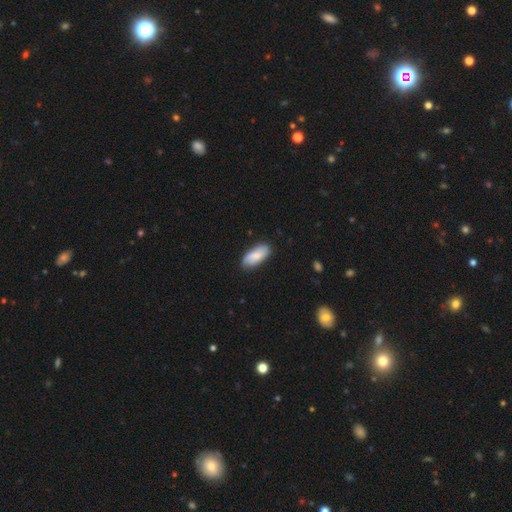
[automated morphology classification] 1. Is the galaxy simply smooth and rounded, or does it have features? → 78% smooth, 16% featured or disk, 6% star or artifact.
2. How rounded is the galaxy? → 87% in between, 11% cigar-shaped, 2% round.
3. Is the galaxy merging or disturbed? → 80% none, 16% minor disturbance, 3% major disturbance, 1% merger.